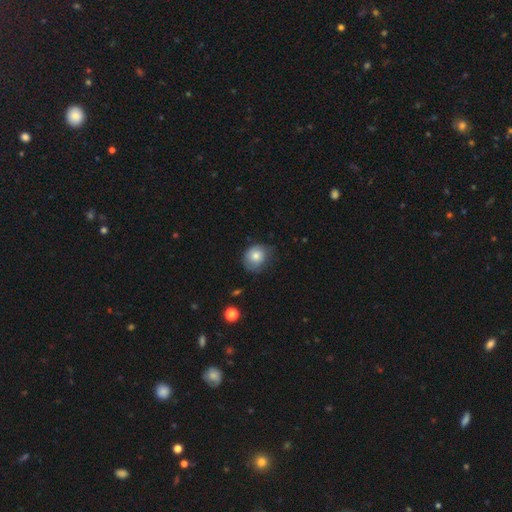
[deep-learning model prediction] A smooth galaxy with no disk features (78%) that is round (70%). Merging: none (57%).